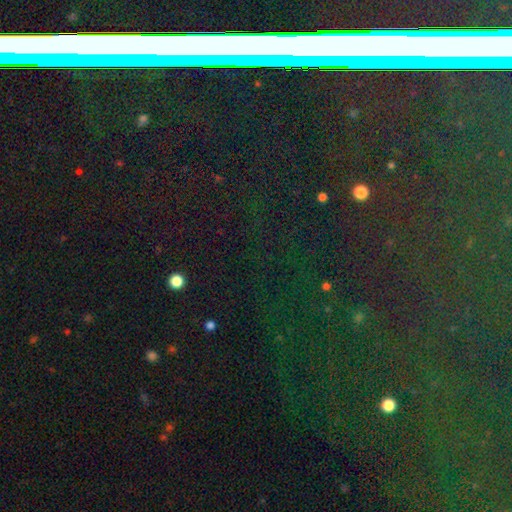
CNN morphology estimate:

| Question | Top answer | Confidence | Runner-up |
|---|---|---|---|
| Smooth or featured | star or artifact | 79% | smooth (12%) |